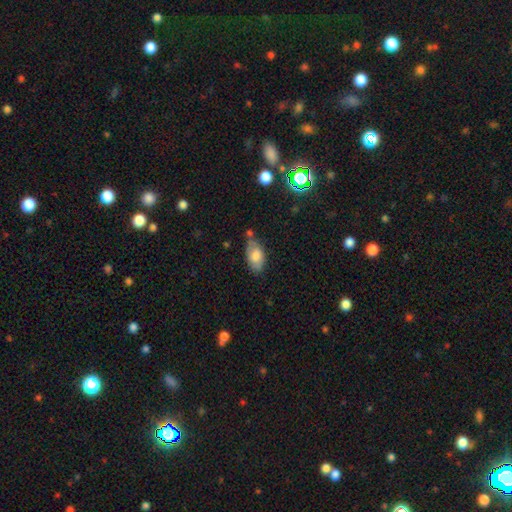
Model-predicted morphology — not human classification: Smooth or featured? Predicted: smooth (p=0.77). How rounded? Predicted: in between (p=0.93). Merging? Predicted: none (p=0.60).